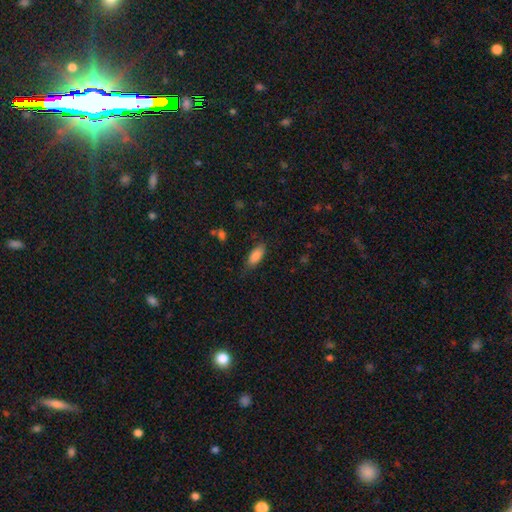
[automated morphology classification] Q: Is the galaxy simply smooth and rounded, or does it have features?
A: smooth — 85%.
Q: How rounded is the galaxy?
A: in between — 83%.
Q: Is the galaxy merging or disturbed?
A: none — 76%.